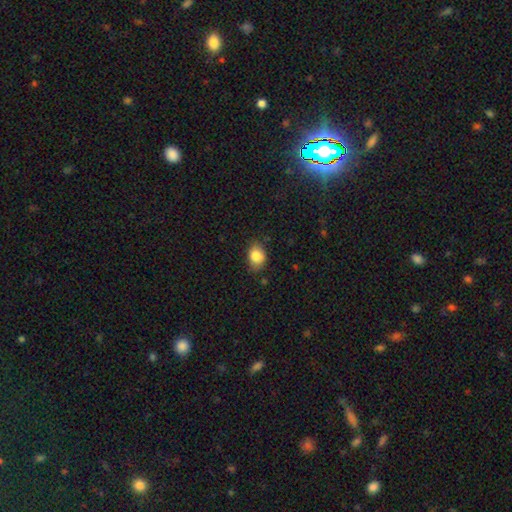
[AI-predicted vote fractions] A smooth galaxy with no disk features (84%) that is in between round and cigar-shaped (69%). Merging: none (72%).